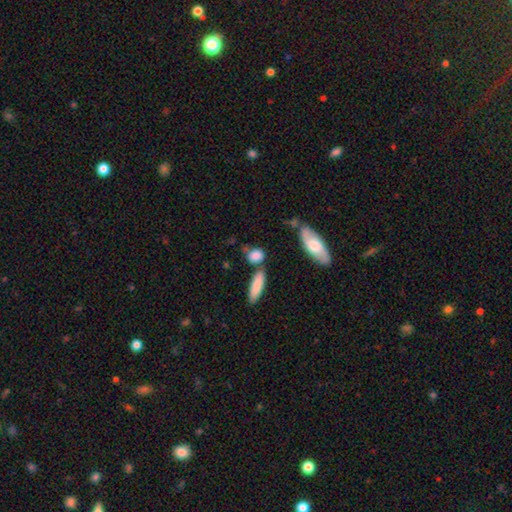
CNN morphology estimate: Smooth or featured?
  - smooth: 83% *
  - featured or disk: 10%
  - star or artifact: 7%
How rounded?
  - in between: 50% *
  - round: 34%
  - cigar-shaped: 16%
Merging?
  - none: 56% *
  - merger: 21%
  - minor disturbance: 17%
  - major disturbance: 6%